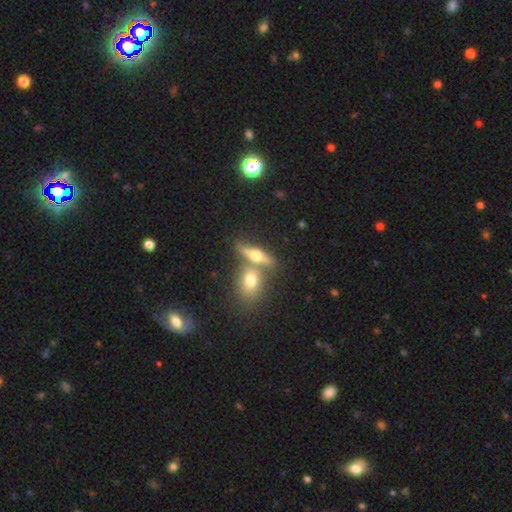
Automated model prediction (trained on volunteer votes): This is possibly a featured or disk galaxy (50%). It is clearly viewed edge-on (83%). Merging: possibly none (50%).